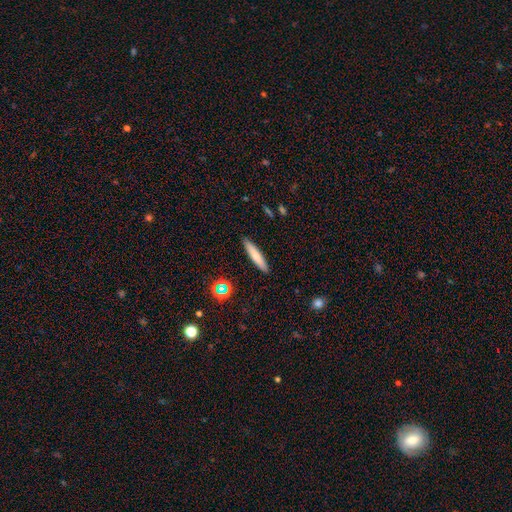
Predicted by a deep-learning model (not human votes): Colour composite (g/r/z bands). It shows a smooth galaxy with no disk features (74%) that is cigar-shaped (91%). Merging: none (91%).